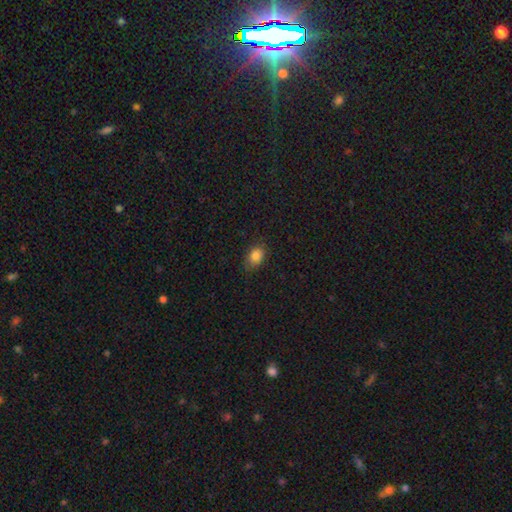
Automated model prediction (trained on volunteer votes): smooth_or_featured: smooth (p=0.84) [alt: star or artifact p=0.10]
how_rounded: in between (p=0.71) [alt: round p=0.28]
merging: none (p=0.79) [alt: minor disturbance p=0.17]